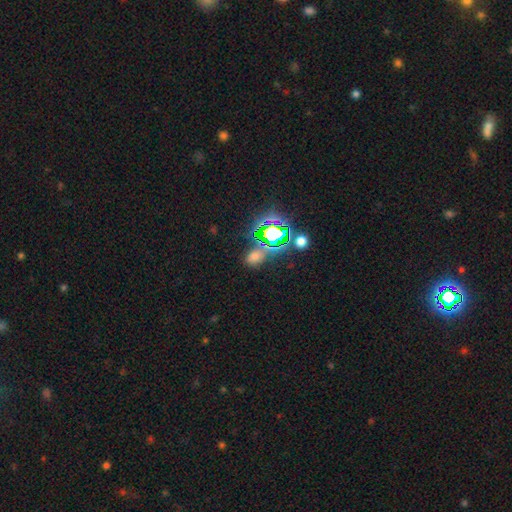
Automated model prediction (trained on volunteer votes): This is possibly a smooth galaxy (49%). Merging: likely none (68%).